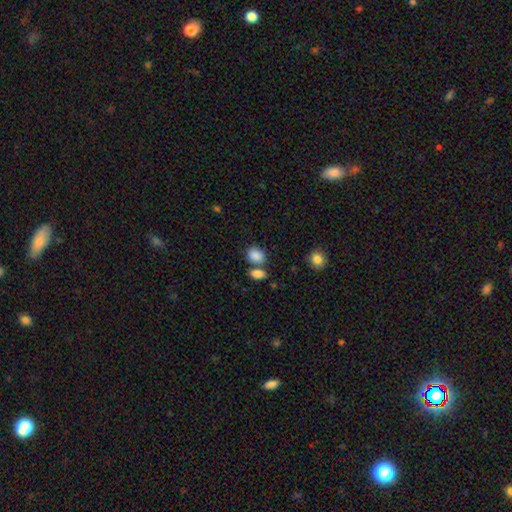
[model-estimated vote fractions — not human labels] Morphology: type=smooth (87%); roundness=in between (59%); merging=none (56%).